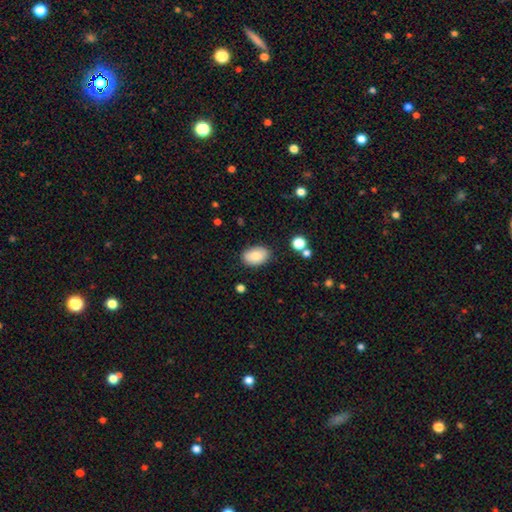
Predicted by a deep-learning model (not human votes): Smooth or featured?
  - smooth: 81% *
  - featured or disk: 11%
  - star or artifact: 8%
How rounded?
  - in between: 87% *
  - round: 12%
  - cigar-shaped: 1%
Merging?
  - none: 83% *
  - minor disturbance: 13%
  - major disturbance: 3%
  - merger: 2%